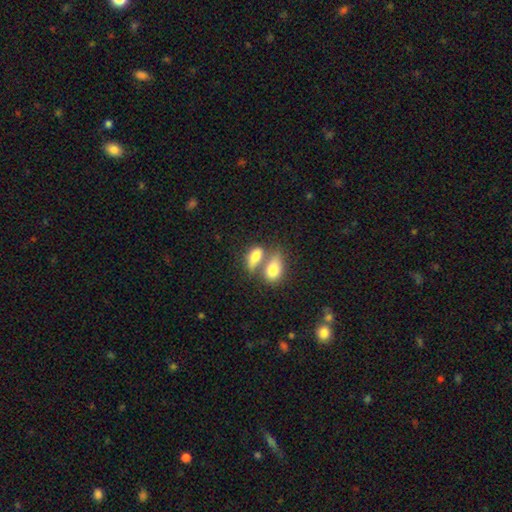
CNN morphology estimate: Smooth or featured?
  - smooth: 77% *
  - featured or disk: 15%
  - star or artifact: 8%
How rounded?
  - in between: 83% *
  - round: 9%
  - cigar-shaped: 8%
Merging?
  - merger: 61% *
  - none: 26%
  - minor disturbance: 8%
  - major disturbance: 5%